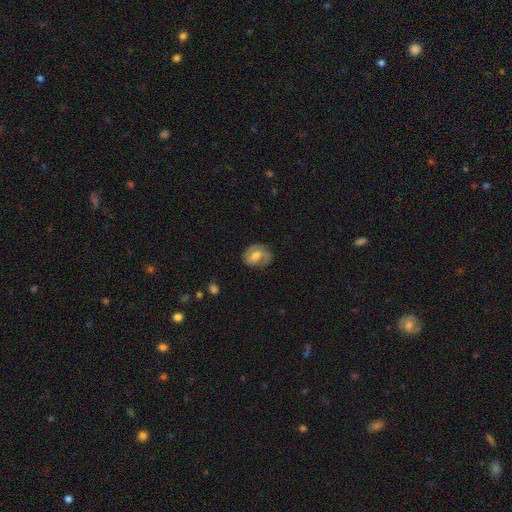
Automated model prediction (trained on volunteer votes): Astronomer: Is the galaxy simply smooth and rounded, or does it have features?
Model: featured or disk — 49% (runner-up: smooth, 44%).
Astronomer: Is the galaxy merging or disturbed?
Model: none — 66%.